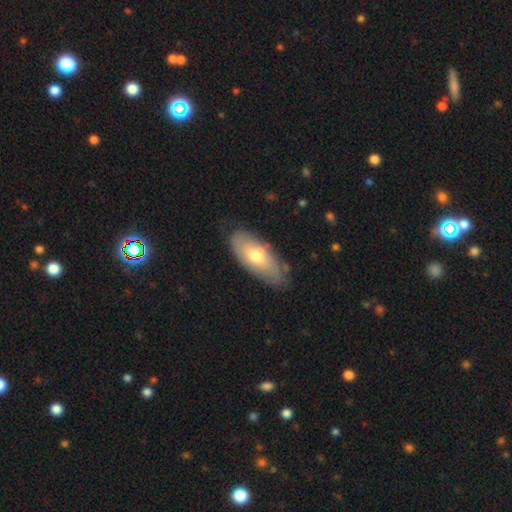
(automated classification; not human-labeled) Smooth or featured? Predicted: smooth (p=0.62). How rounded? Predicted: in between (p=0.86). Merging? Predicted: none (p=0.71).